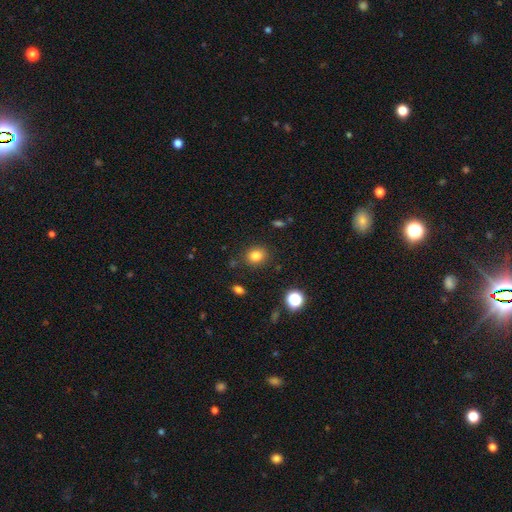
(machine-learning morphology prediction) Overall: smooth (82%). How rounded: round (68%; in between 31%). Merging: none (85%).